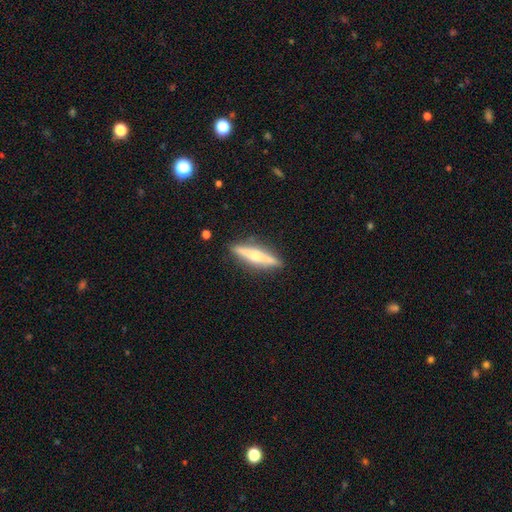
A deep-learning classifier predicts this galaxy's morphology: featured or disk 63%, smooth 32%, star or artifact 5%. Down the decision tree: edge-on disk — yes (96%); edge-on bulge — rounded (85%); merging — none (89%).